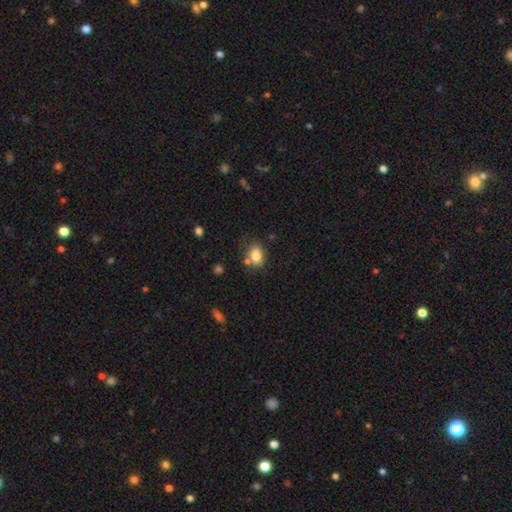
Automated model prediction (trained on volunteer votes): This is clearly a smooth galaxy (81%). How rounded: likely in between (69%). Merging: likely none (61%).